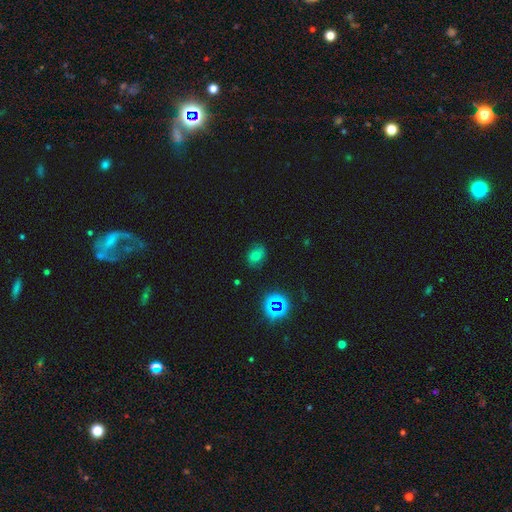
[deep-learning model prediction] This appears to be a smooth galaxy with no disk features (58%) that is in between round and cigar-shaped (56%). Merging: none (77%).